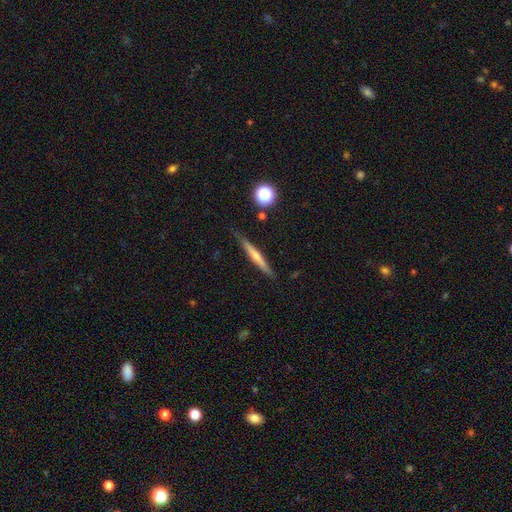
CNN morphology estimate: type=featured or disk (59%); edge-on=yes (97%); edge-on bulge=rounded (67%); merging=none (85%).